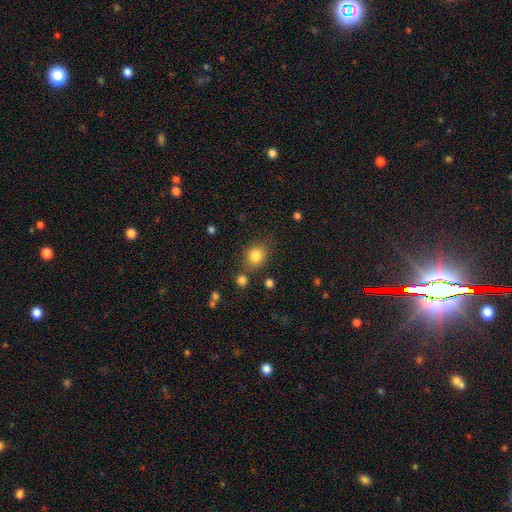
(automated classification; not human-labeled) Q: Smooth or featured?
A: smooth (83%); runner-up: star or artifact (11%)
Q: How rounded?
A: round (70%); runner-up: in between (29%)
Q: Merging?
A: none (74%); runner-up: minor disturbance (14%)